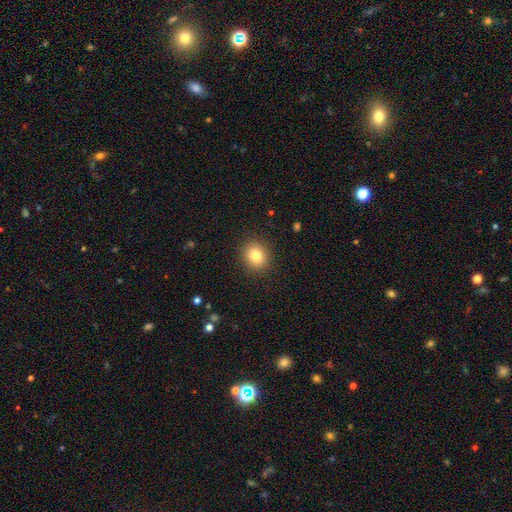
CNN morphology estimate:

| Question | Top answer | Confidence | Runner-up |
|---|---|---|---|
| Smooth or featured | smooth | 81% | star or artifact (11%) |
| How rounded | round | 73% | in between (26%) |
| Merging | none | 90% | minor disturbance (7%) |